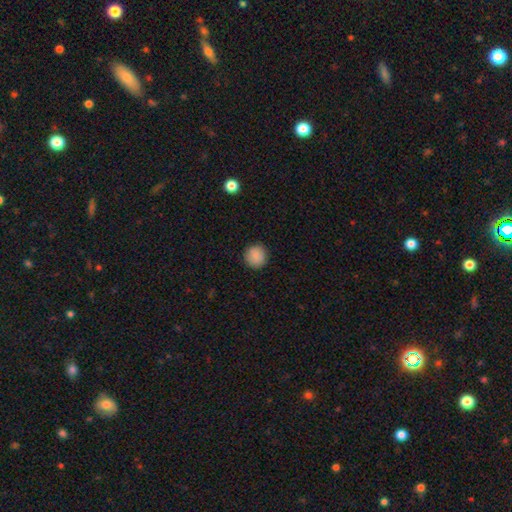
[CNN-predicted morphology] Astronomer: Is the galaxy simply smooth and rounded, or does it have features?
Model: smooth — 89%.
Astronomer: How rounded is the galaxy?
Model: round — 94%.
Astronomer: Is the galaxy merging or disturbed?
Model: none — 92%.